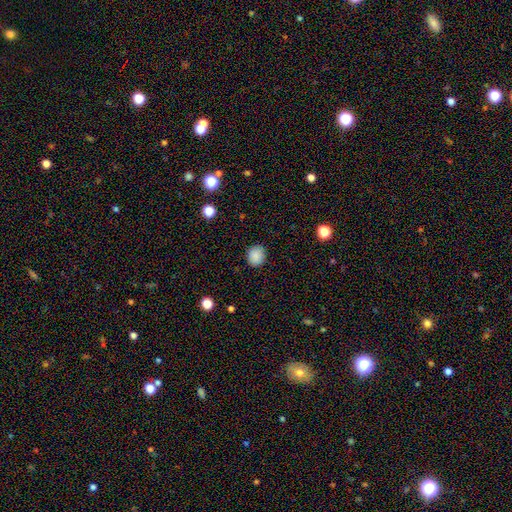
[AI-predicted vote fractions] Overall: smooth (87%). How rounded: round (72%). Merging: none (87%).